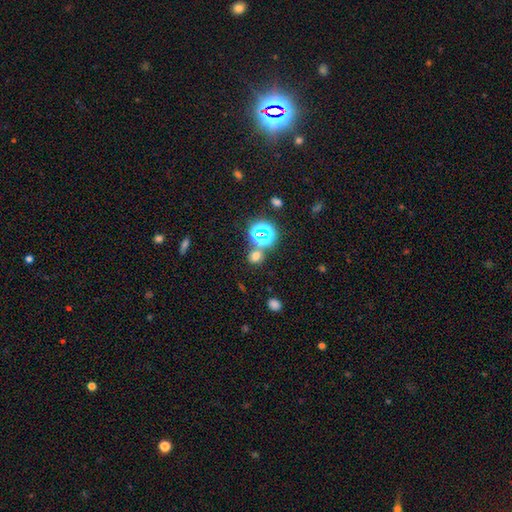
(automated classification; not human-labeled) Smooth or featured: smooth — 61% (star or artifact — 33%)
How rounded: round — 73% (in between — 25%)
Merging: none — 70% (merger — 17%)